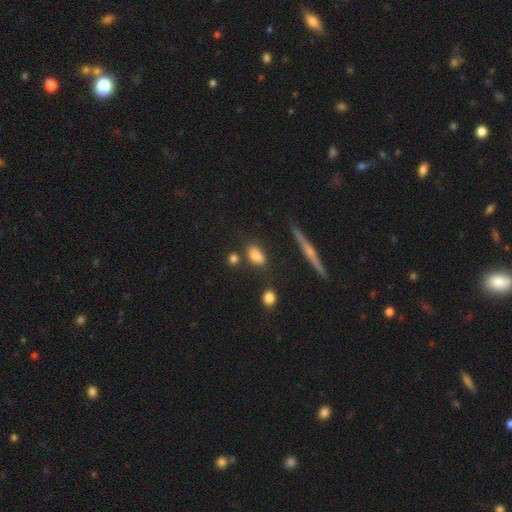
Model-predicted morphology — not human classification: The model was most divided on "merging": none: 71%, minor disturbance: 15%, merger: 8%, major disturbance: 5%. More confident: smooth or featured — smooth (81%); how rounded — in between (80%).